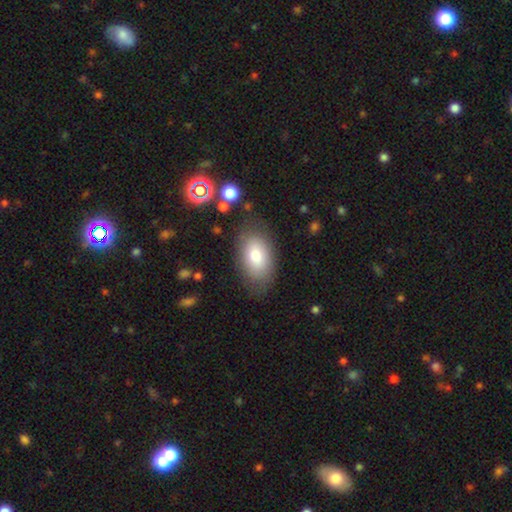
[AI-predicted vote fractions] The model was most divided on "merging": none: 76%, minor disturbance: 16%, major disturbance: 6%, merger: 2%. More confident: how rounded — in between (92%); smooth or featured — smooth (77%).